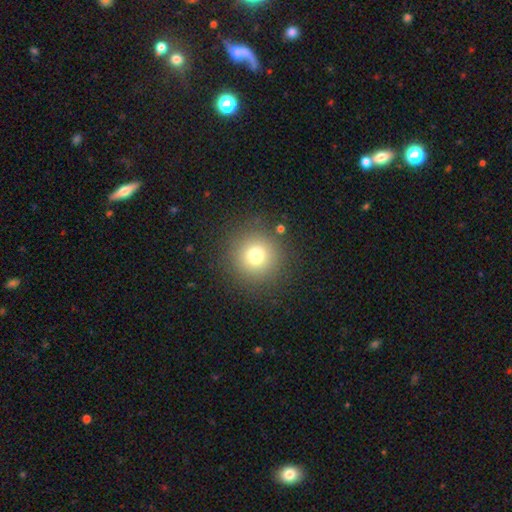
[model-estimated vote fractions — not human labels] Q: Smooth or featured?
A: smooth (74%); runner-up: star or artifact (16%)
Q: How rounded?
A: round (96%); runner-up: in between (3%)
Q: Merging?
A: none (88%); runner-up: minor disturbance (7%)